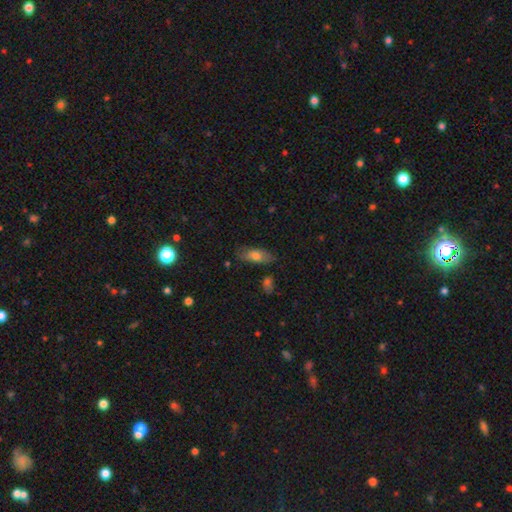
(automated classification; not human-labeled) This is likely a smooth galaxy (71%). How rounded: likely in between (76%). Merging: likely none (77%).